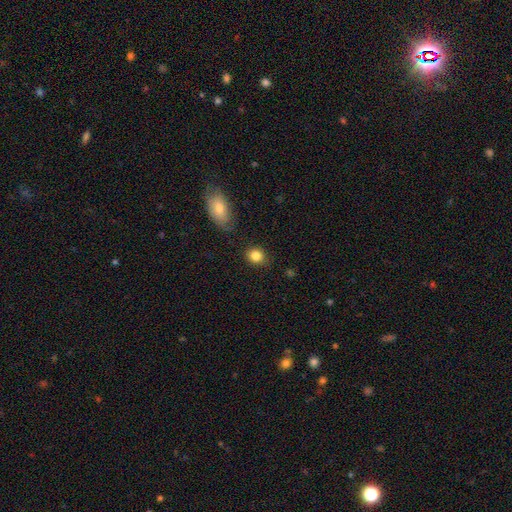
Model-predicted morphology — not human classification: This is clearly a smooth galaxy (85%). How rounded: likely round (60%). Merging: clearly none (85%).